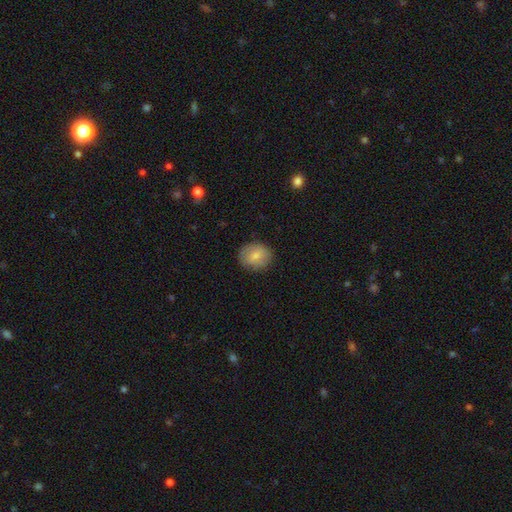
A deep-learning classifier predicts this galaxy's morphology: A smooth galaxy with no disk features (77%) that is round (72%).

Vote fractions:
- Smooth or featured? smooth: 77% / featured or disk: 15% / star or artifact: 8%
- How rounded? round: 72% / in between: 27% / cigar-shaped: 1%
- Merging? none: 85% / minor disturbance: 11% / major disturbance: 3% / merger: 1%